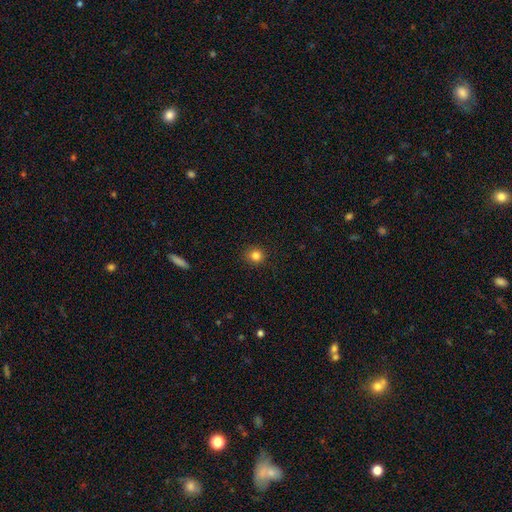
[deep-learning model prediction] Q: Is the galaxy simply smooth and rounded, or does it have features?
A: smooth — 82%.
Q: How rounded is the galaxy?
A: round — 90%.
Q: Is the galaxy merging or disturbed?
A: none — 89%.